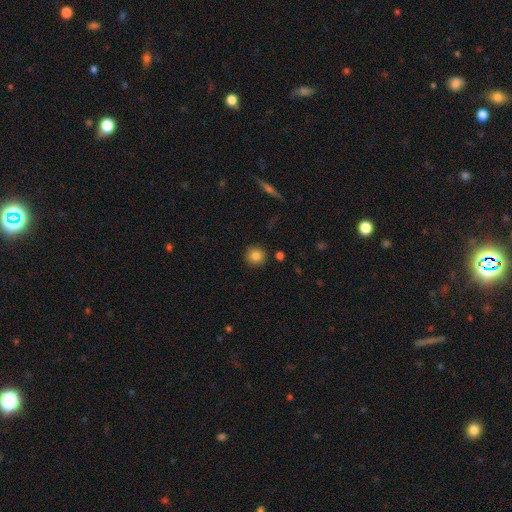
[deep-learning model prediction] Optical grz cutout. It shows a smooth galaxy with no disk features (83%) that is round (93%). Merging: none (90%).